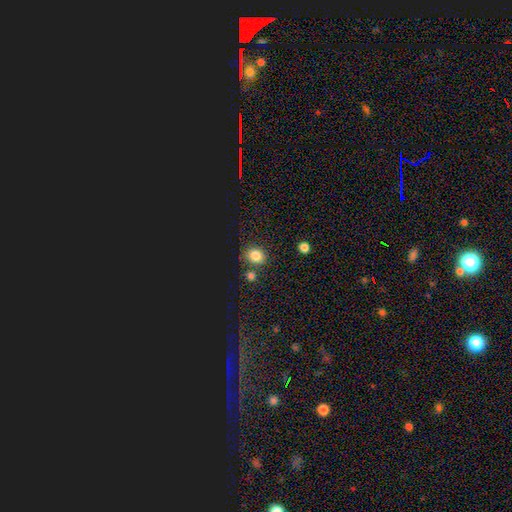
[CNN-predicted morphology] Q: Smooth or featured?
A: smooth (78%); runner-up: star or artifact (17%)
Q: How rounded?
A: round (73%); runner-up: in between (26%)
Q: Merging?
A: none (76%); runner-up: merger (12%)